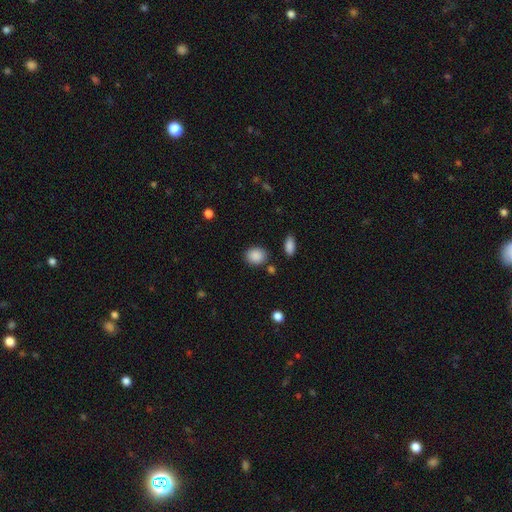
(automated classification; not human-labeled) A smooth galaxy with no disk features (88%) that is round (60%). Merging: none (83%).